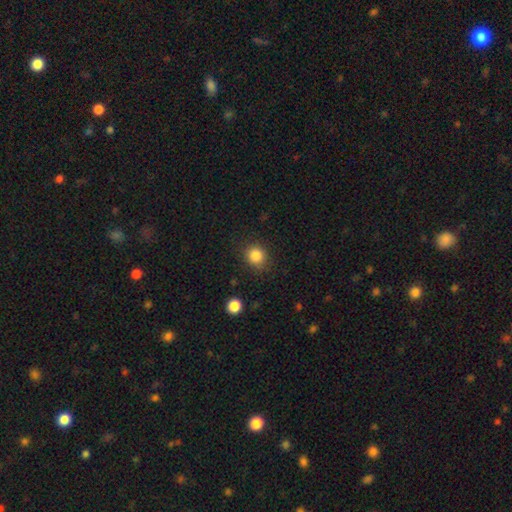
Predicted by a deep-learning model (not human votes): Overall: smooth (85%). How rounded: round (85%). Merging: none (85%).